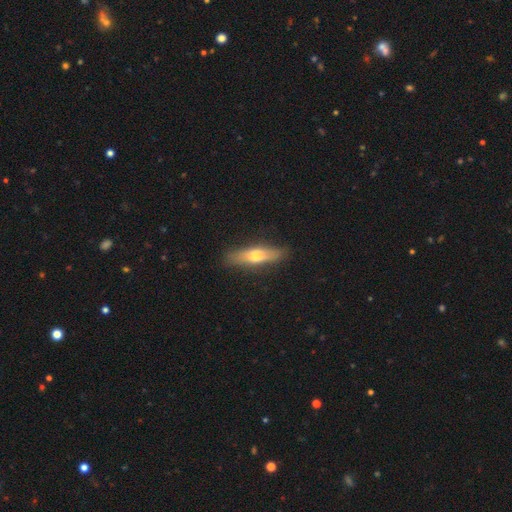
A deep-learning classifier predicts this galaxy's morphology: Smooth or featured? smooth (55%)
How rounded? cigar-shaped (70%)
Merging? none (86%)